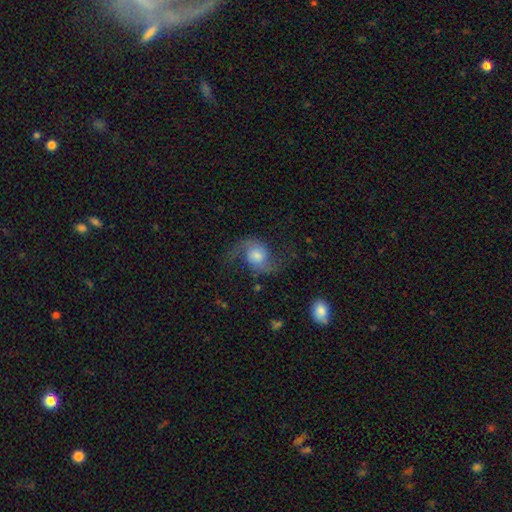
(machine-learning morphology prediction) The model was most divided on "bulge size": moderate: 47%, small: 25%, large: 19%, none: 5%, dominant: 4%. More confident: edge-on disk — no (97%); spiral arms — yes (95%); spiral arm count — 2 (92%); smooth or featured — featured or disk (77%); spiral winding — loose (69%); merging — none (68%); bar — no (62%).